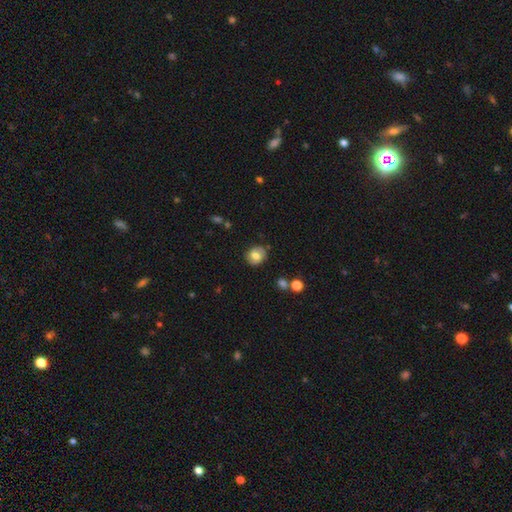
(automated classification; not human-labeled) This is likely a smooth galaxy (64%). How rounded: likely round (70%). Merging: clearly none (81%).